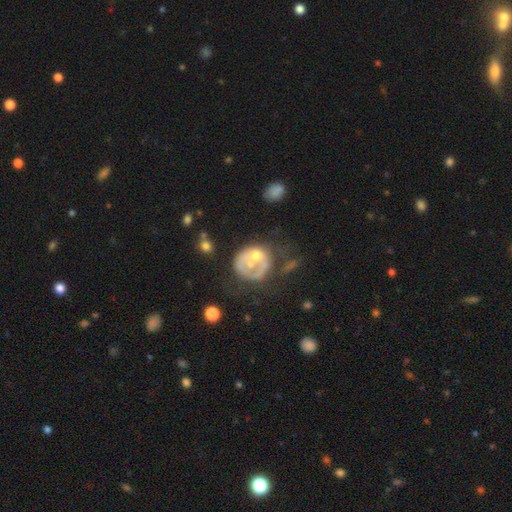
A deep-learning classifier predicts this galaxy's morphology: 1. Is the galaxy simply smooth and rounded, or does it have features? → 53% featured or disk, 38% smooth, 9% star or artifact.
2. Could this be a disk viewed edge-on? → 98% no, 2% yes.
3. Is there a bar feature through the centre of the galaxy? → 90% no, 8% weak, 2% strong.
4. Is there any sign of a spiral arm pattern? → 79% no, 21% yes.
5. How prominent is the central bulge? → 49% moderate, 31% small, 14% none, 5% large, 2% dominant.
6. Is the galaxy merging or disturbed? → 33% major disturbance, 28% none, 20% minor disturbance, 19% merger.